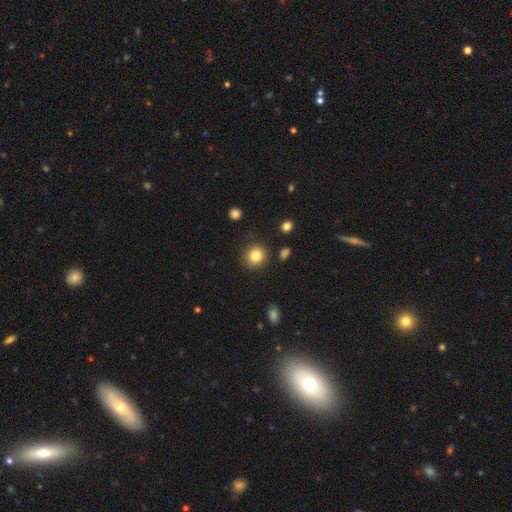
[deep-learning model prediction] Smooth or featured? Predicted: smooth (p=0.84). How rounded? Predicted: round (p=0.85). Merging? Predicted: none (p=0.85).